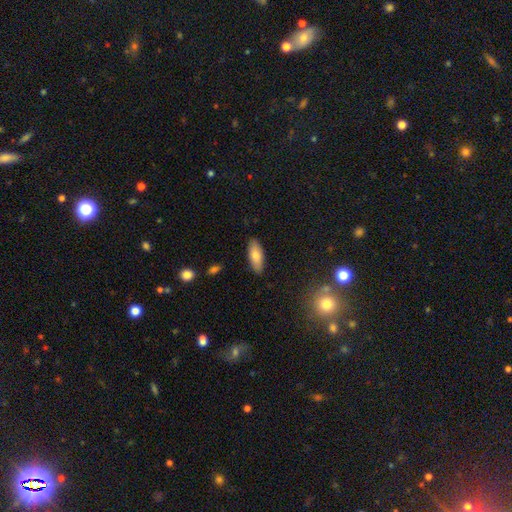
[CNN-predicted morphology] smooth-or-featured: smooth: 76% | featured or disk: 18% | star or artifact: 7%
  how-rounded: in between: 75% | cigar-shaped: 23% | round: 2%
  merging: none: 86% | minor disturbance: 10% | major disturbance: 2% | merger: 1%